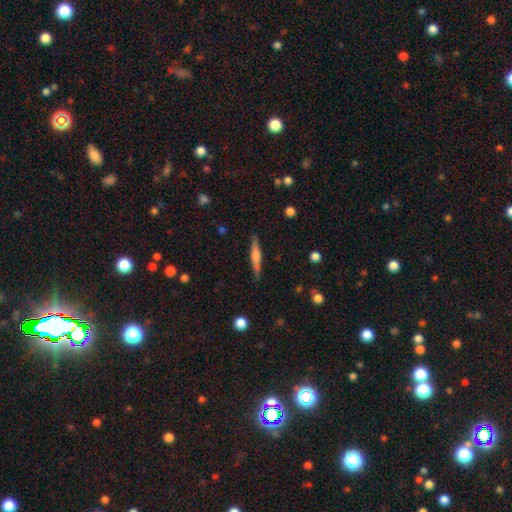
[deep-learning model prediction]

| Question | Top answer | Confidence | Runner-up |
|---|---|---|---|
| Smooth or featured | featured or disk | 61% | smooth (33%) |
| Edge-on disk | yes | 97% | no (3%) |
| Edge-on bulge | rounded | 68% | boxy (22%) |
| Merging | none | 88% | minor disturbance (9%) |